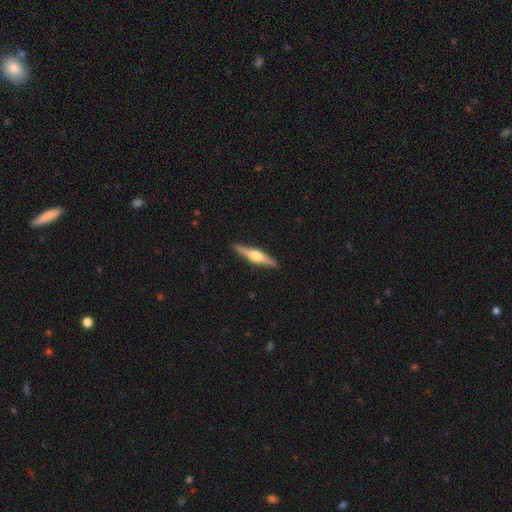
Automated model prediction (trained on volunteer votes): Smooth or featured? featured or disk (68%)
Edge-on disk? yes (97%)
Edge-on bulge? rounded (93%)
Merging? none (91%)